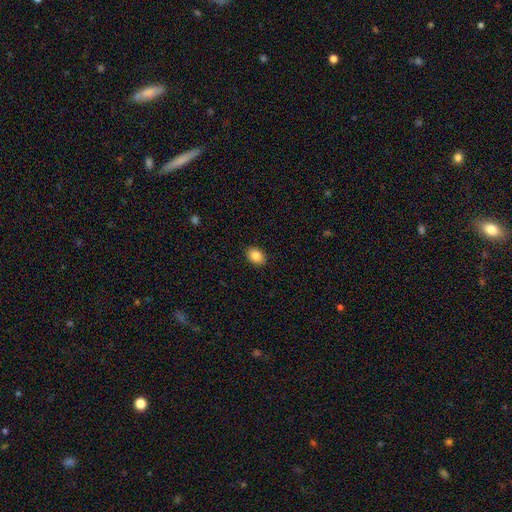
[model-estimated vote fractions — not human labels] Morphology: type=smooth (86%); roundness=in between (77%); merging=none (90%).